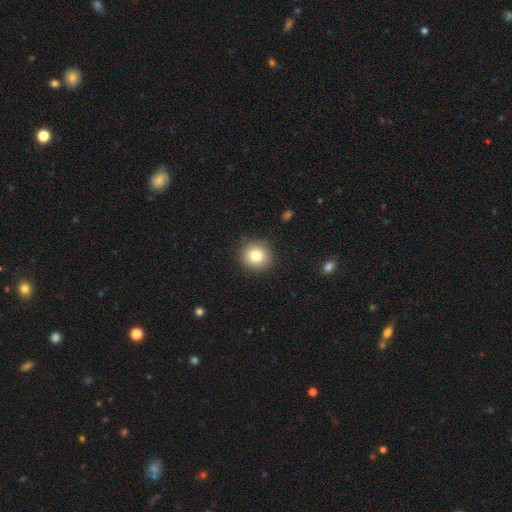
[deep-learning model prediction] smooth-or-featured: smooth: 80% | star or artifact: 11% | featured or disk: 9%
  how-rounded: round: 91% | in between: 8% | cigar-shaped: 1%
  merging: none: 89% | minor disturbance: 8% | major disturbance: 2% | merger: 1%